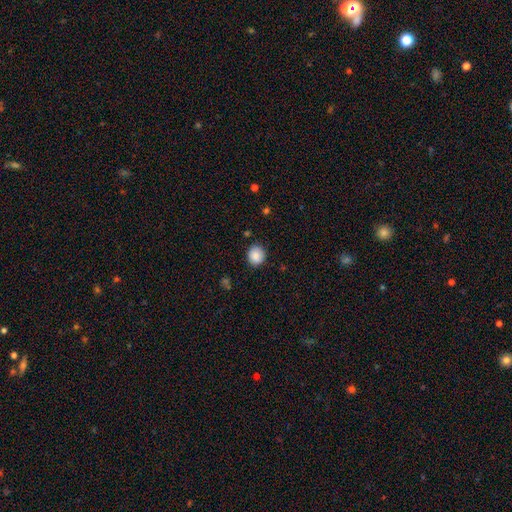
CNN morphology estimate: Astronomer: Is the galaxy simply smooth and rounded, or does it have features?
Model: smooth — 88%.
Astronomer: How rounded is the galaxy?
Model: round — 79%.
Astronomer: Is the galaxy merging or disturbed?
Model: none — 86%.